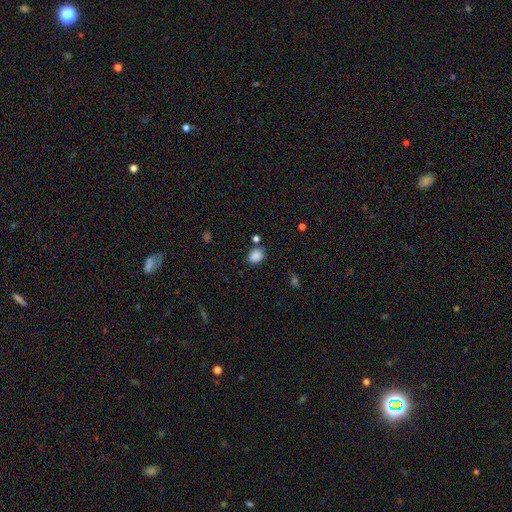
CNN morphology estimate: A smooth galaxy with no disk features (86%) that is round (50%).

Vote fractions:
- Smooth or featured? smooth: 86% / star or artifact: 10% / featured or disk: 4%
- How rounded? round: 50% / in between: 49% / cigar-shaped: 1%
- Merging? none: 74% / minor disturbance: 15% / merger: 7% / major disturbance: 4%